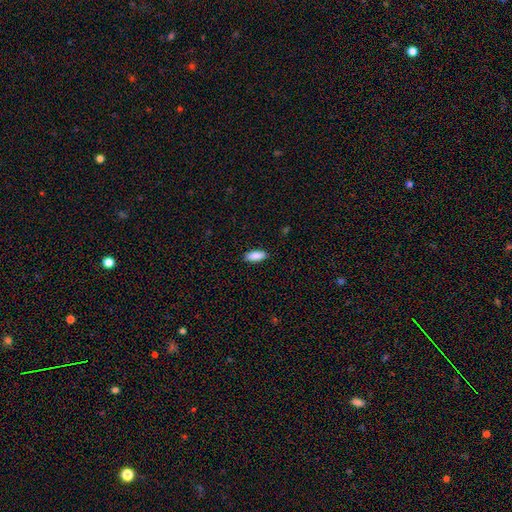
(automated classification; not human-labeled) A smooth galaxy with no disk features (89%) that is in between round and cigar-shaped (75%). Merging: none (89%).